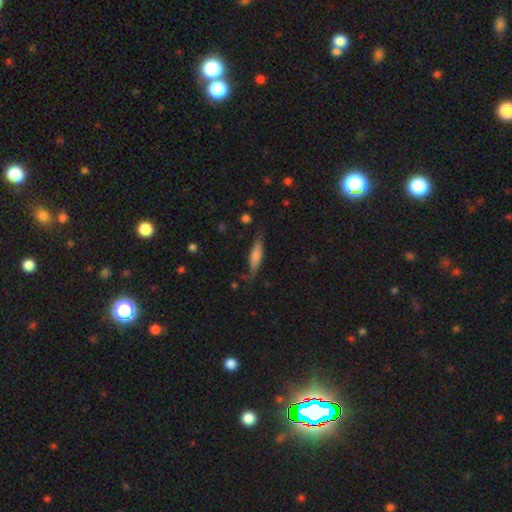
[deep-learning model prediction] This is possibly a smooth galaxy (58%). How rounded: likely cigar-shaped (78%). Merging: likely none (75%).